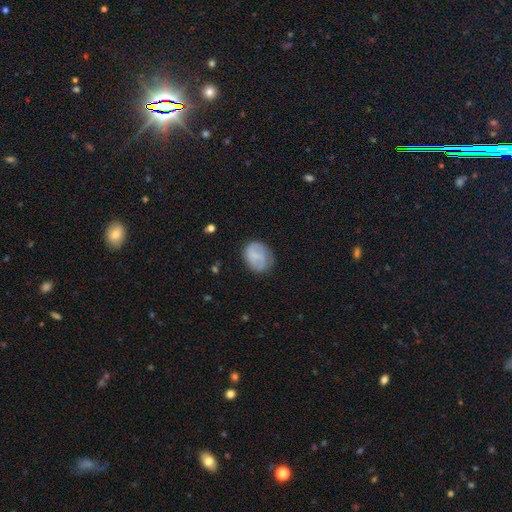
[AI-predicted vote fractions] Smooth or featured? Predicted: smooth (p=0.54). How rounded? Predicted: round (p=0.52). Merging? Predicted: none (p=0.66).